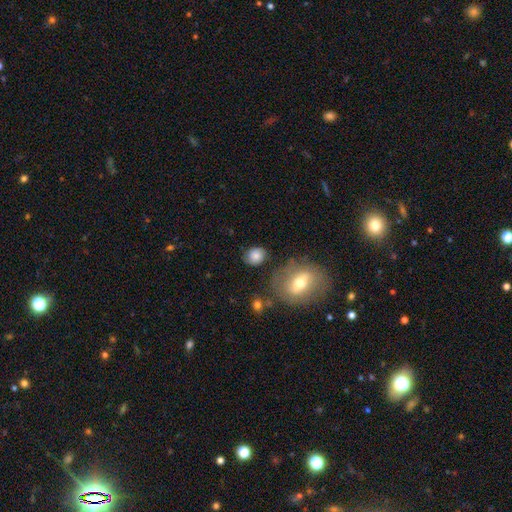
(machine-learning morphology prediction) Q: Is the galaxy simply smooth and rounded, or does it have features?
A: smooth — 79%.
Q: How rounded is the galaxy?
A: round — 56%.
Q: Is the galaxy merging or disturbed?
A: none — 74%.